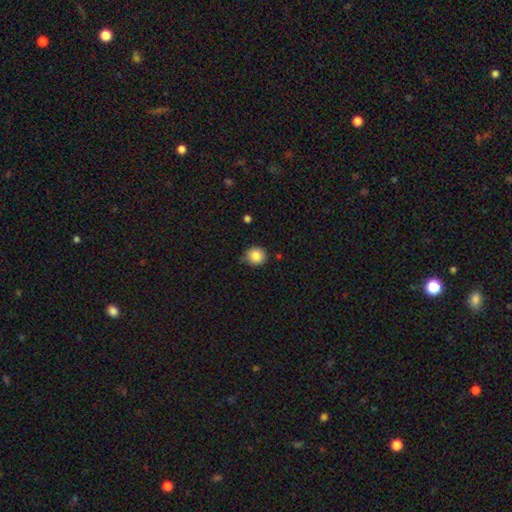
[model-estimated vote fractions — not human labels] smooth_or_featured: smooth (p=0.85) [alt: star or artifact p=0.09]
how_rounded: round (p=0.90) [alt: in between p=0.09]
merging: none (p=0.76) [alt: minor disturbance p=0.18]